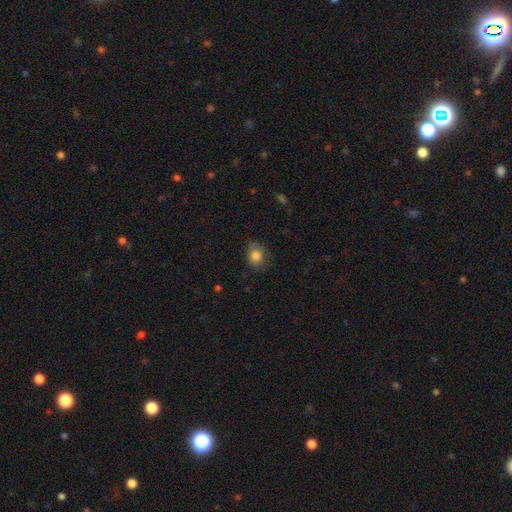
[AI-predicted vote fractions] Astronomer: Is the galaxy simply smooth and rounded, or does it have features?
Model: smooth — 82%.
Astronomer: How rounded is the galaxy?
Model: round — 55% (runner-up: in between, 44%).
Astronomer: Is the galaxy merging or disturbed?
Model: none — 72%.